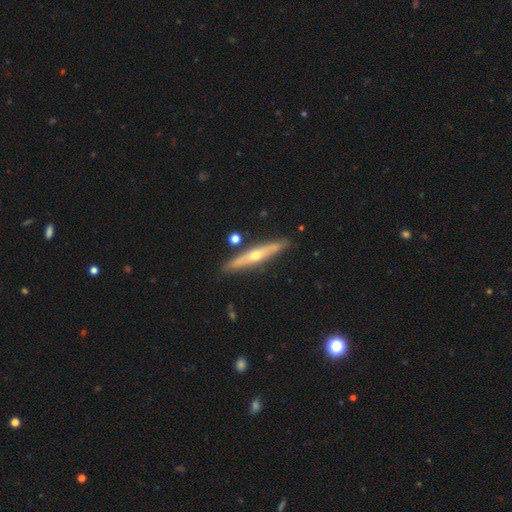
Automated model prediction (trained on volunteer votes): Q: Smooth or featured?
A: featured or disk (68%); runner-up: smooth (26%)
Q: Edge-on disk?
A: yes (92%); runner-up: no (8%)
Q: Edge-on bulge?
A: rounded (88%); runner-up: none (11%)
Q: Merging?
A: none (87%); runner-up: minor disturbance (9%)